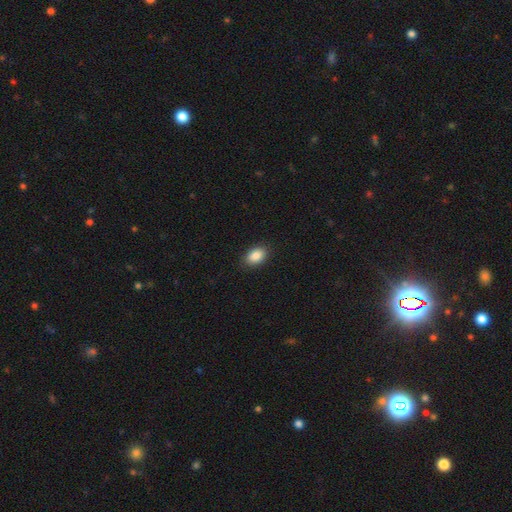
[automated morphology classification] A smooth galaxy with no disk features (88%) that is in between round and cigar-shaped (87%).

Vote fractions:
- Smooth or featured? smooth: 88% / star or artifact: 8% / featured or disk: 4%
- How rounded? in between: 87% / round: 12% / cigar-shaped: 1%
- Merging? none: 88% / minor disturbance: 9% / major disturbance: 2% / merger: 1%